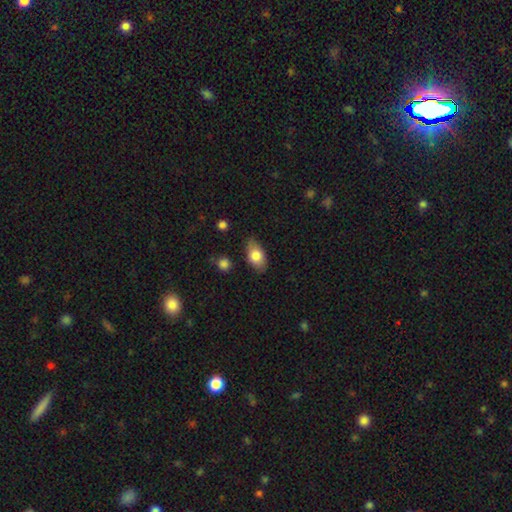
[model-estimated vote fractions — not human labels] Morphology: type=smooth (79%); roundness=in between (89%); merging=none (77%).